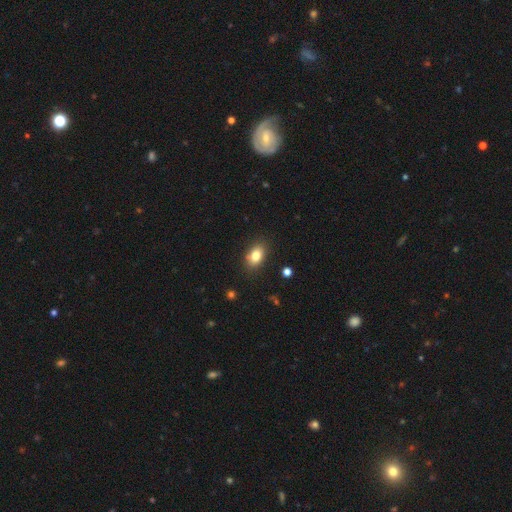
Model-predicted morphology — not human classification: Q: Smooth or featured?
A: smooth (82%); runner-up: star or artifact (9%)
Q: How rounded?
A: in between (84%); runner-up: round (15%)
Q: Merging?
A: none (85%); runner-up: minor disturbance (11%)